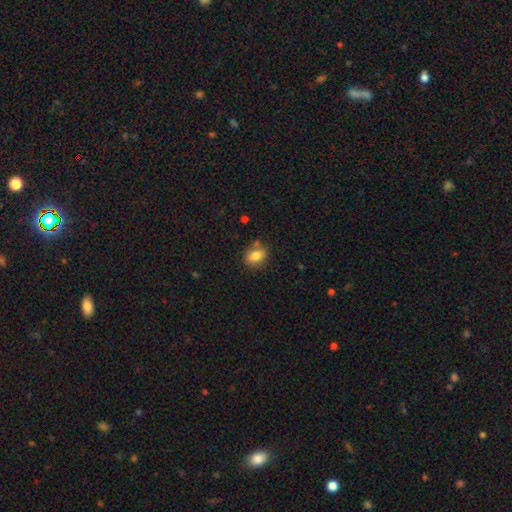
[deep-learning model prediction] Smooth or featured?
  - smooth: 81% *
  - featured or disk: 10%
  - star or artifact: 9%
How rounded?
  - in between: 67% *
  - round: 31%
  - cigar-shaped: 2%
Merging?
  - none: 77% *
  - minor disturbance: 14%
  - merger: 7%
  - major disturbance: 3%